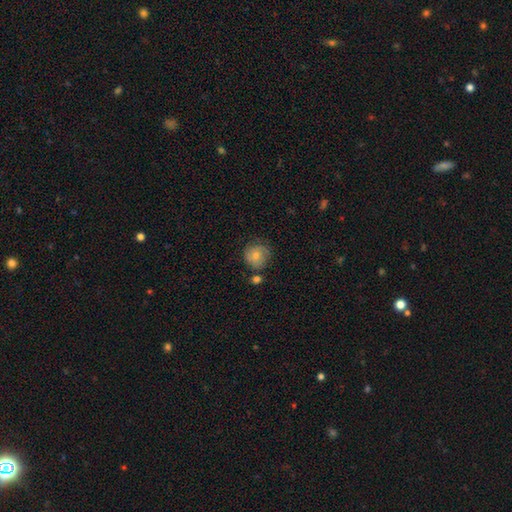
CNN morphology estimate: A smooth galaxy with no disk features (74%) that is round (89%).

Vote fractions:
- Smooth or featured? smooth: 74% / featured or disk: 18% / star or artifact: 8%
- How rounded? round: 89% / in between: 10% / cigar-shaped: 1%
- Merging? none: 66% / minor disturbance: 21% / merger: 8% / major disturbance: 6%